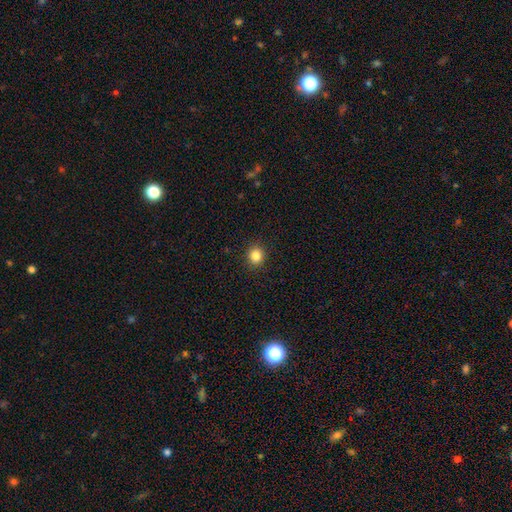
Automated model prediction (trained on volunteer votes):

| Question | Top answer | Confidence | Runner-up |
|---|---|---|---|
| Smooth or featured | smooth | 85% | star or artifact (11%) |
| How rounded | round | 88% | in between (11%) |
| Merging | none | 91% | minor disturbance (6%) |